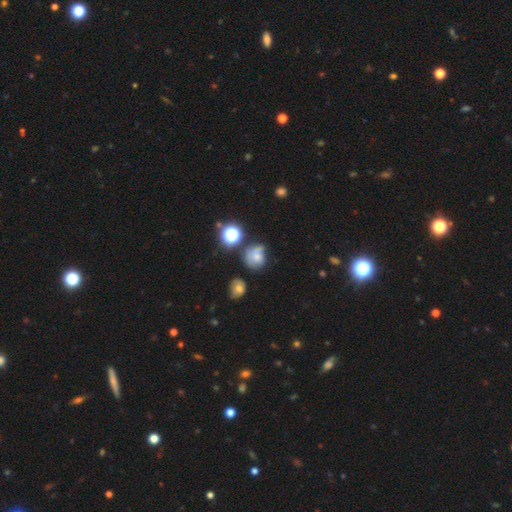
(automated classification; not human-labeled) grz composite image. It shows a smooth galaxy with no disk features (58%) that is round (71%). Merging: none (42%).